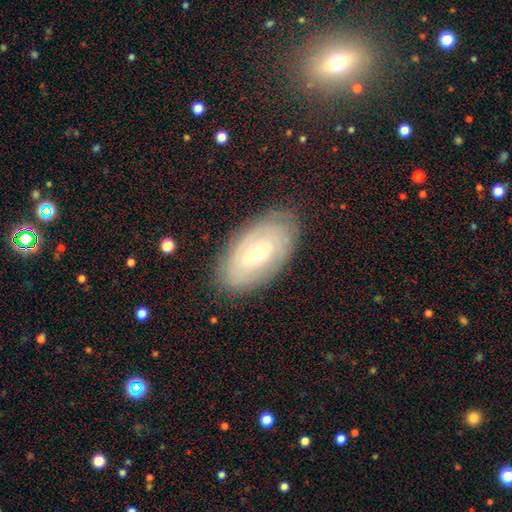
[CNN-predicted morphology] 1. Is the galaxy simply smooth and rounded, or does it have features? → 64% featured or disk, 27% smooth, 9% star or artifact.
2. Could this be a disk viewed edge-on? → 91% no, 9% yes.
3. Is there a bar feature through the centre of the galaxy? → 67% no, 26% weak, 7% strong.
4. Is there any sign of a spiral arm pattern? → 68% yes, 32% no.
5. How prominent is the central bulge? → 58% small, 39% moderate, 2% large, 1% dominant, 1% none.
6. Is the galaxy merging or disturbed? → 85% none, 11% minor disturbance, 3% major disturbance, 1% merger.